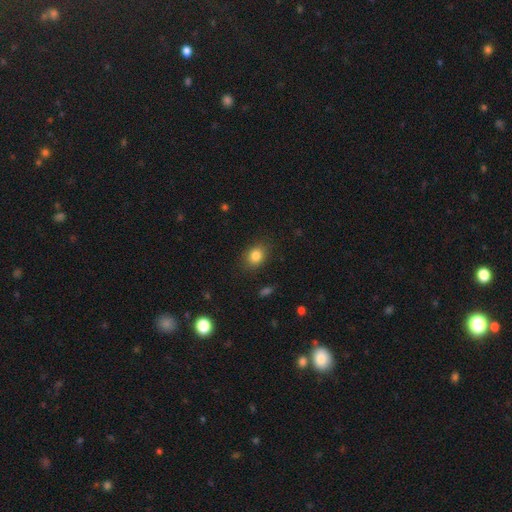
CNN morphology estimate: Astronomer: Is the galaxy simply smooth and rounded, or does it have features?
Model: smooth — 83%.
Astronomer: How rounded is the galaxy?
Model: in between — 53% (runner-up: round, 46%).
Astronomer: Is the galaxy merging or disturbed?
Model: none — 84%.